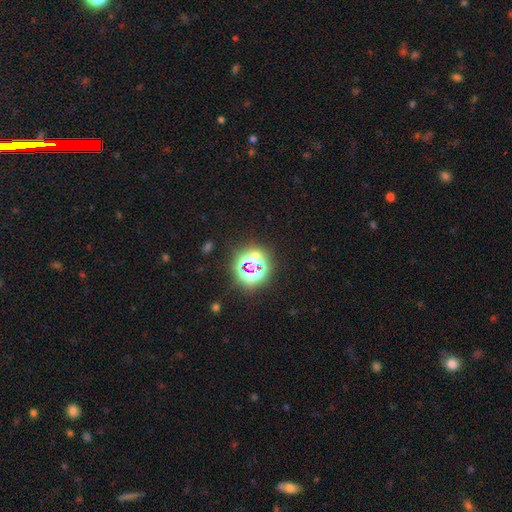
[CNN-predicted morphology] Smooth or featured? Predicted: star or artifact (p=0.73).